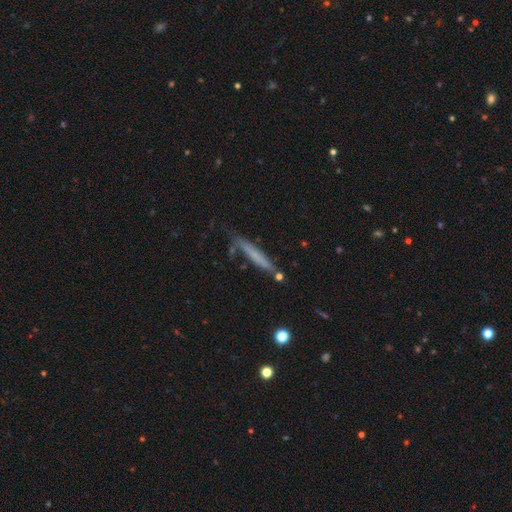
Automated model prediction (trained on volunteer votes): Smooth or featured? Predicted: smooth (p=0.60). How rounded? Predicted: cigar-shaped (p=0.94). Merging? Predicted: none (p=0.69).